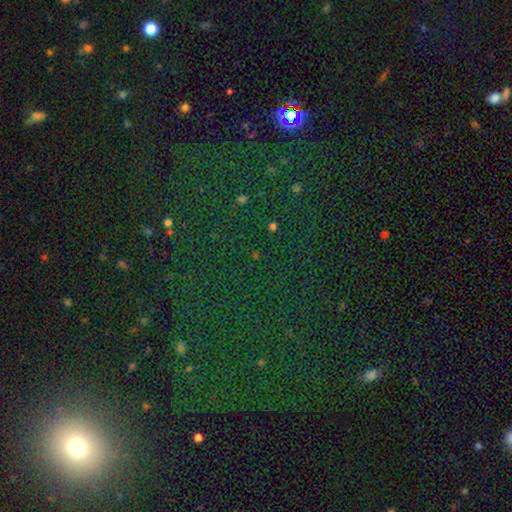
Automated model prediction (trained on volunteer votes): The model was most divided on "smooth or featured": star or artifact: 70%, smooth: 22%, featured or disk: 8%.